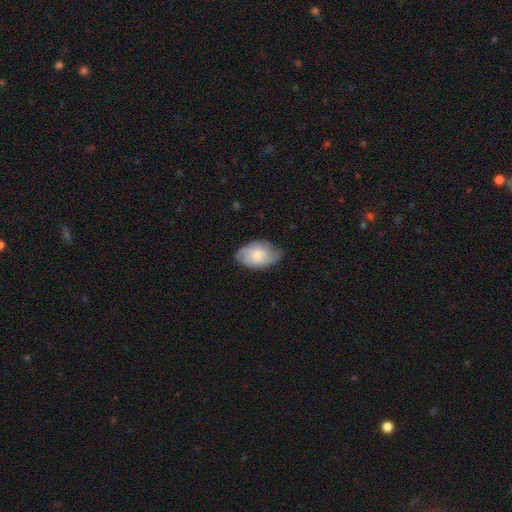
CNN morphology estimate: Smooth or featured? smooth (48%)
Merging? none (71%)